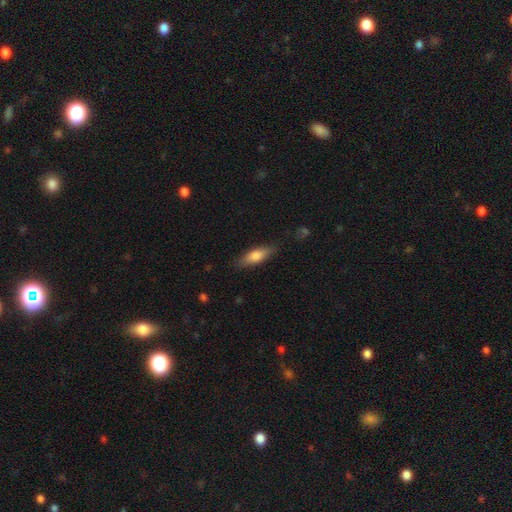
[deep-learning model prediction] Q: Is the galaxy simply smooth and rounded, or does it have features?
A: smooth — 73%.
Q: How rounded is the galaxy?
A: in between — 53%.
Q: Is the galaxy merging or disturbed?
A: none — 81%.